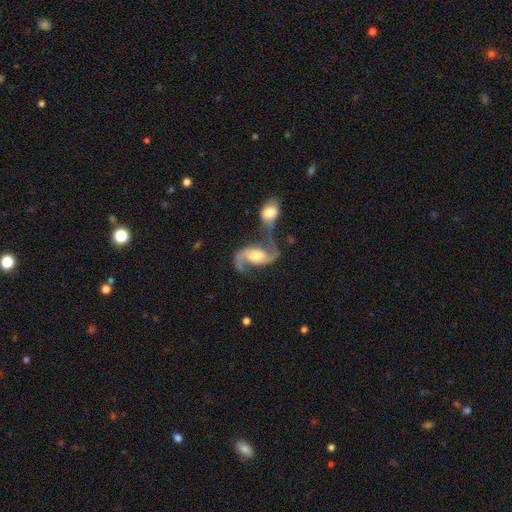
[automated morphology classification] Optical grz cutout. It shows a featured or disk galaxy (87%) with no bar (44%), 2 (92%) loose (67%) spiral arms (96%) and a moderate central bulge (56%). Merging: merger (50%).